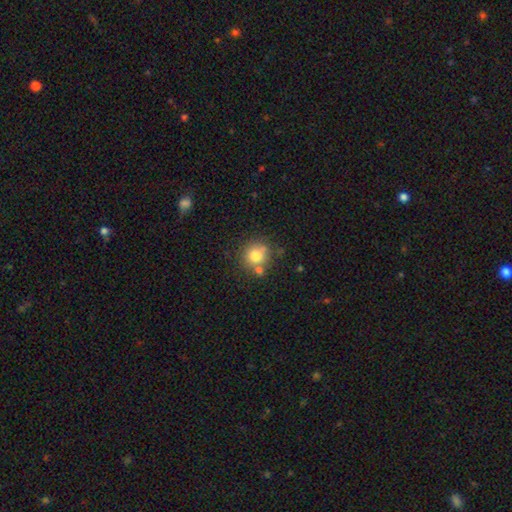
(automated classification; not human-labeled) A smooth galaxy with no disk features (77%) that is round (88%).

Vote fractions:
- Smooth or featured? smooth: 77% / featured or disk: 12% / star or artifact: 11%
- How rounded? round: 88% / in between: 11% / cigar-shaped: 1%
- Merging? none: 66% / merger: 17% / minor disturbance: 13% / major disturbance: 4%